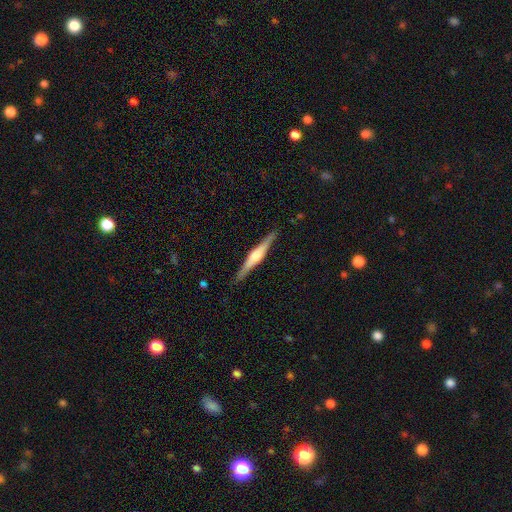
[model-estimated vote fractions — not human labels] This is likely a featured or disk galaxy (72%). It is clearly viewed edge-on (98%). Edge-on bulge: likely rounded (65%). Merging: clearly none (90%).